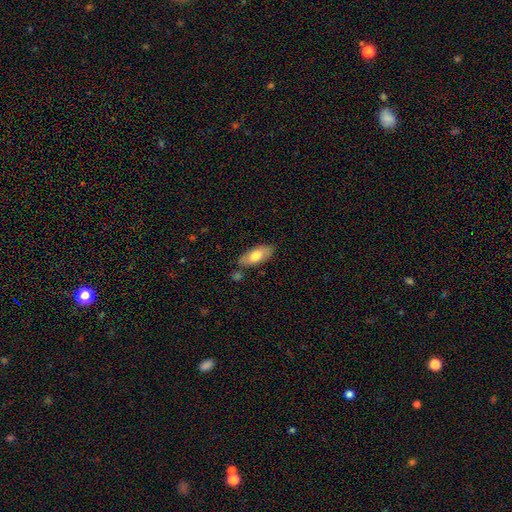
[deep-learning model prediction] Smooth or featured: smooth — 71% (featured or disk — 23%)
How rounded: in between — 84% (cigar-shaped — 14%)
Merging: none — 77% (minor disturbance — 15%)